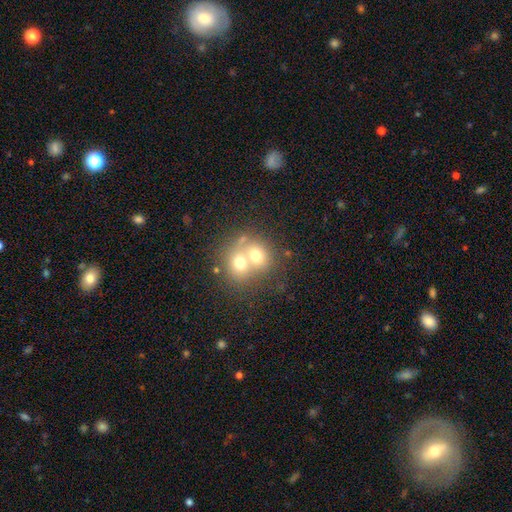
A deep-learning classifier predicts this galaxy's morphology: Smooth or featured: smooth — 65% (featured or disk — 23%)
How rounded: round — 70% (in between — 29%)
Merging: merger — 67% (none — 25%)